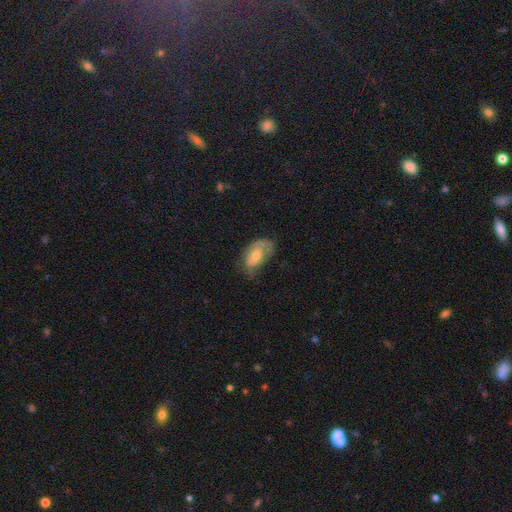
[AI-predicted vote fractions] Overall: smooth (48%; featured or disk 45%). Merging: none (40%; minor disturbance 35%).